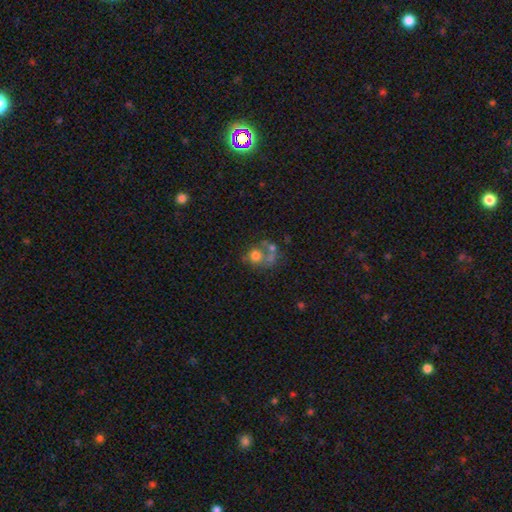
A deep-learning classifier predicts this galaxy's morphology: smooth_or_featured: smooth (p=0.58) [alt: featured or disk p=0.28]
how_rounded: round (p=0.69) [alt: in between p=0.30]
merging: merger (p=0.46) [alt: none p=0.28]